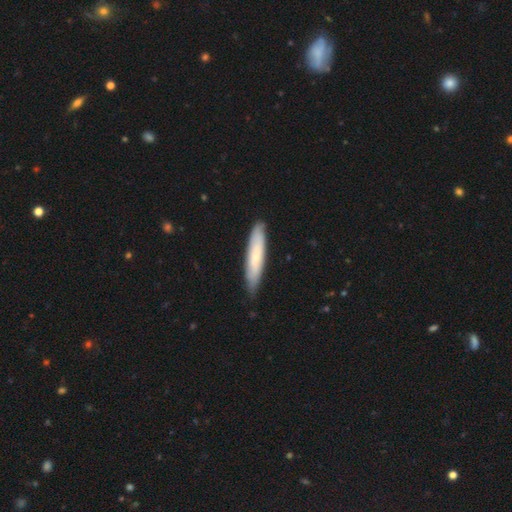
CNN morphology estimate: A smooth galaxy with no disk features (62%) that is cigar-shaped (84%).

Vote fractions:
- Smooth or featured? smooth: 62% / featured or disk: 32% / star or artifact: 5%
- How rounded? cigar-shaped: 84% / in between: 15% / round: 1%
- Merging? none: 83% / minor disturbance: 14% / major disturbance: 2% / merger: 1%